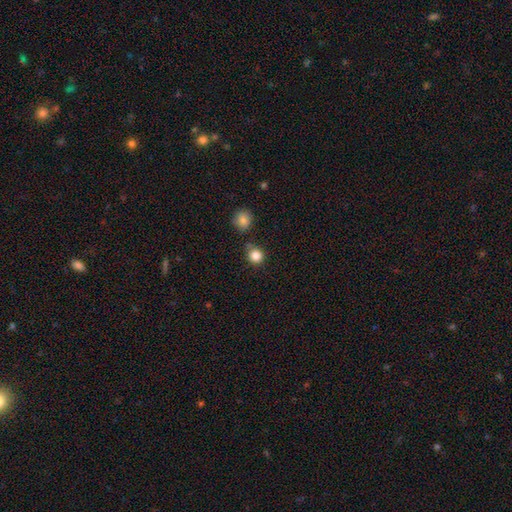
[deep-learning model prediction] A smooth galaxy with no disk features (84%) that is round (90%). Merging: none (73%).